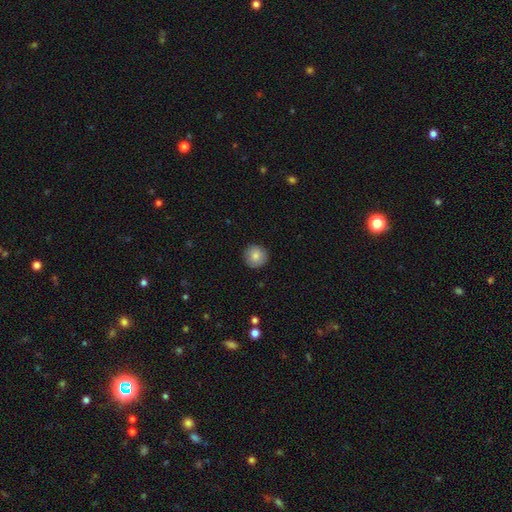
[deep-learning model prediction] This is clearly a smooth galaxy (83%). How rounded: clearly round (95%). Merging: clearly none (91%).